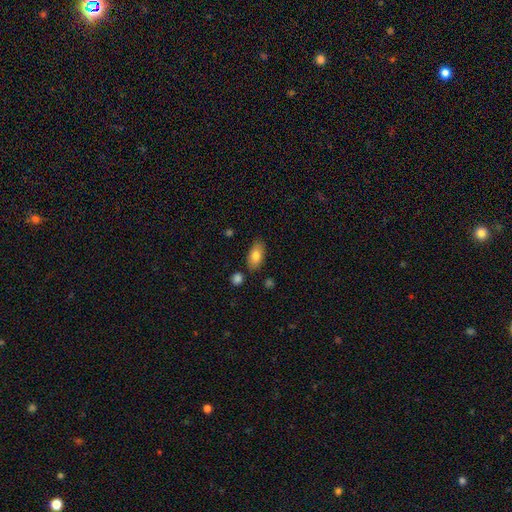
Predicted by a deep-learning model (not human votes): Smooth or featured: smooth — 79% (featured or disk — 14%)
How rounded: in between — 92% (round — 5%)
Merging: none — 81% (minor disturbance — 13%)